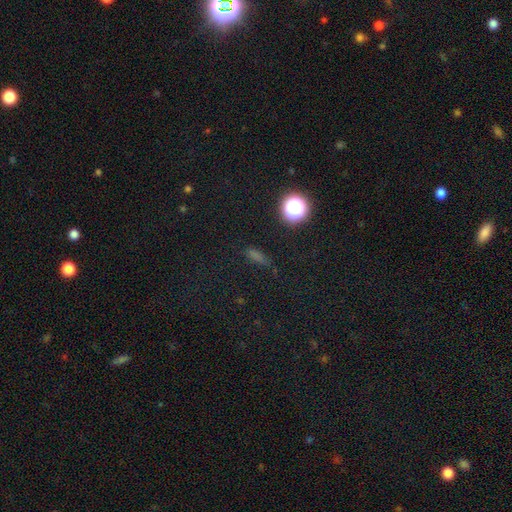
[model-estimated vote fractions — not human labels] Q: Smooth or featured?
A: smooth (52%); runner-up: star or artifact (37%)
Q: How rounded?
A: cigar-shaped (42%); runner-up: in between (37%)
Q: Merging?
A: none (77%); runner-up: minor disturbance (14%)